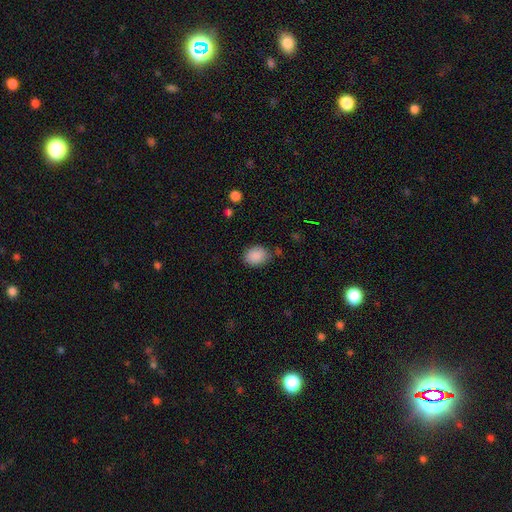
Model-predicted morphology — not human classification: Q: Smooth or featured?
A: smooth (89%); runner-up: star or artifact (8%)
Q: How rounded?
A: in between (58%); runner-up: round (41%)
Q: Merging?
A: none (74%); runner-up: minor disturbance (18%)